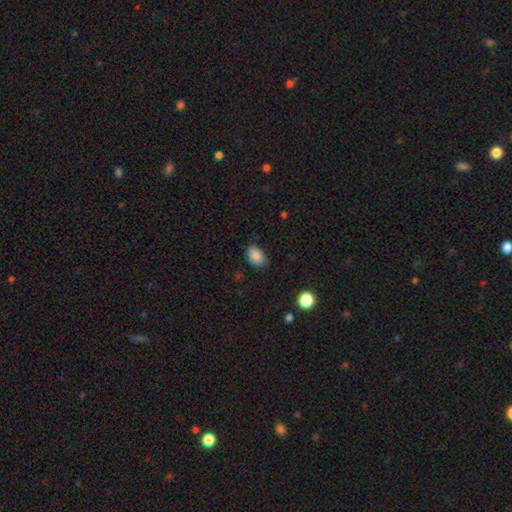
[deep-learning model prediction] Smooth or featured?
  - smooth: 87% *
  - star or artifact: 9%
  - featured or disk: 4%
How rounded?
  - in between: 84% *
  - round: 14%
  - cigar-shaped: 1%
Merging?
  - none: 76% *
  - minor disturbance: 19%
  - major disturbance: 3%
  - merger: 1%